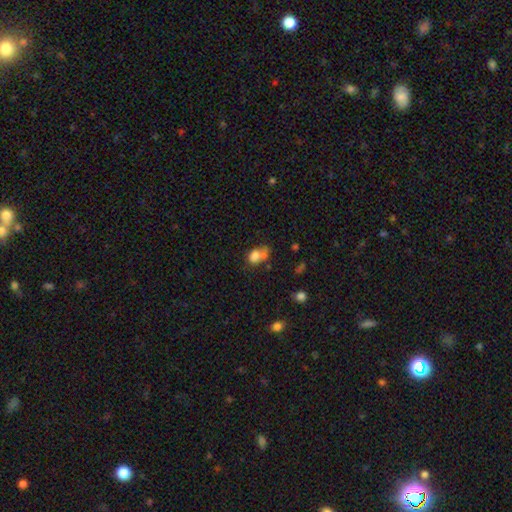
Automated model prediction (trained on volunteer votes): Smooth or featured? Predicted: smooth (p=0.75). How rounded? Predicted: in between (p=0.62). Merging? Predicted: merger (p=0.43).